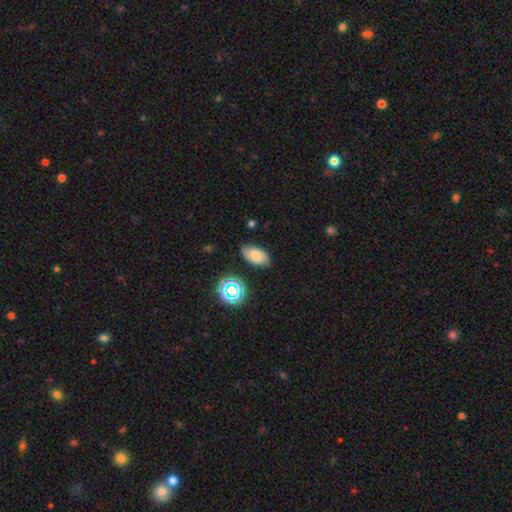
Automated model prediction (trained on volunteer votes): Smooth or featured? Predicted: smooth (p=0.70). How rounded? Predicted: in between (p=0.91). Merging? Predicted: none (p=0.75).